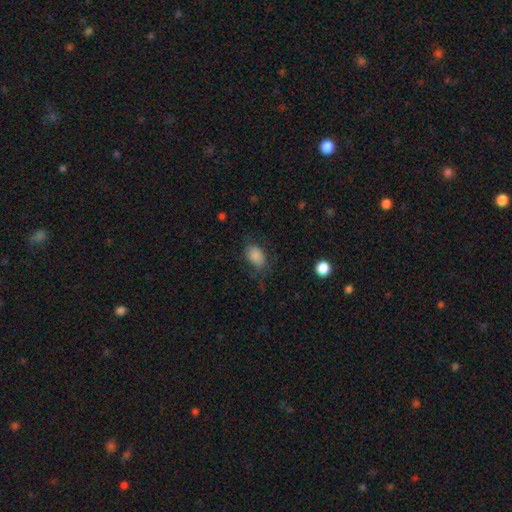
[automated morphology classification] This appears to be a smooth galaxy with no disk features (81%) that is in between round and cigar-shaped (79%). Merging: none (66%).